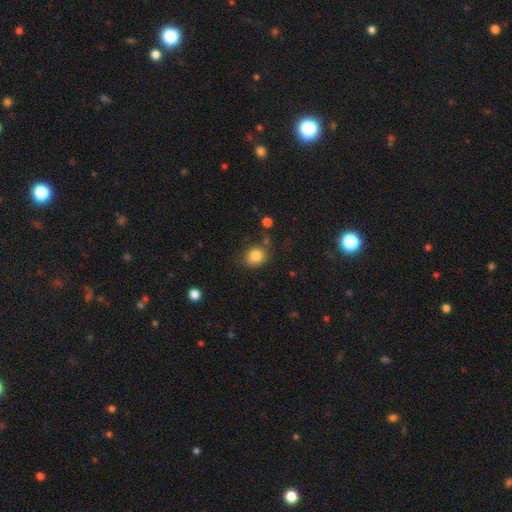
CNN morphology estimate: The model was most divided on "how rounded": round: 65%, in between: 34%, cigar-shaped: 1%. More confident: smooth or featured — smooth (83%); merging — none (74%).